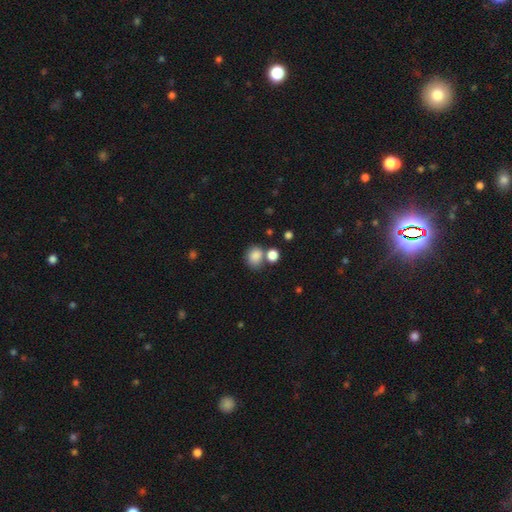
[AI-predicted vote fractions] Smooth or featured: smooth — 84% (star or artifact — 10%)
How rounded: round — 60% (in between — 39%)
Merging: none — 55% (merger — 28%)